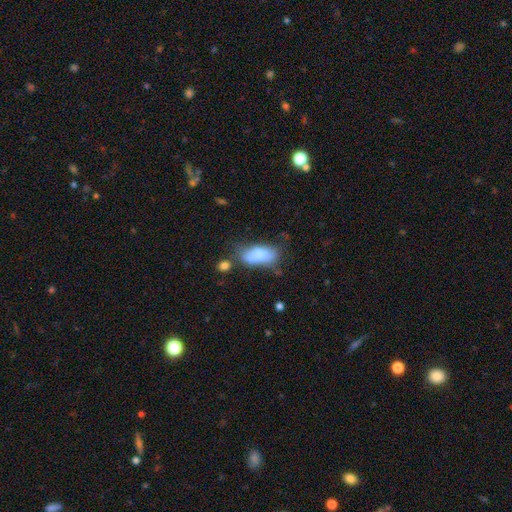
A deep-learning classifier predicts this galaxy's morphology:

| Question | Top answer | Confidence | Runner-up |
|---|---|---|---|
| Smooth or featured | smooth | 75% | featured or disk (17%) |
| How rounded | in between | 86% | cigar-shaped (11%) |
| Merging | none | 39% | minor disturbance (28%) |